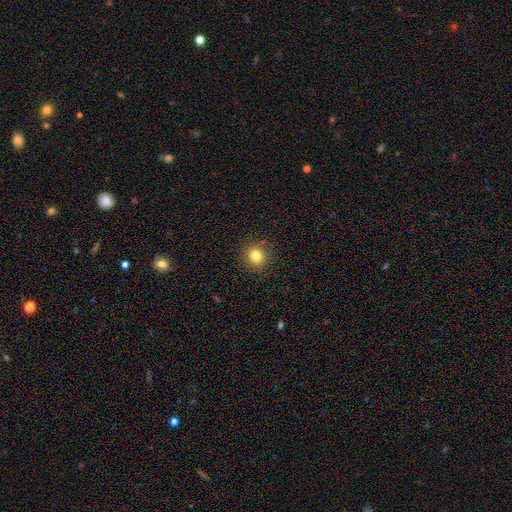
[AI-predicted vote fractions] Smooth or featured? Predicted: smooth (p=0.82). How rounded? Predicted: round (p=0.86). Merging? Predicted: none (p=0.88).